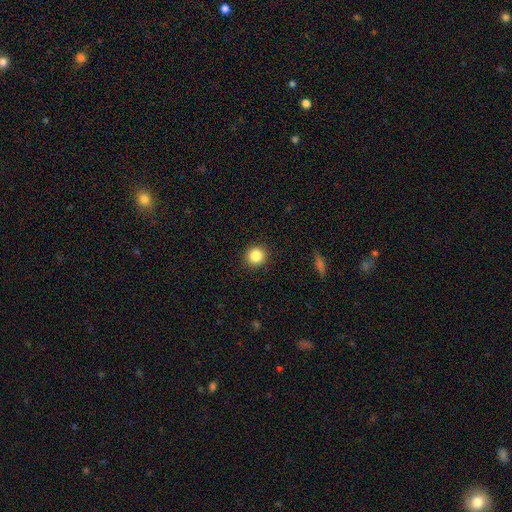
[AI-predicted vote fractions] A smooth galaxy with no disk features (85%) that is round (92%). Merging: none (92%).